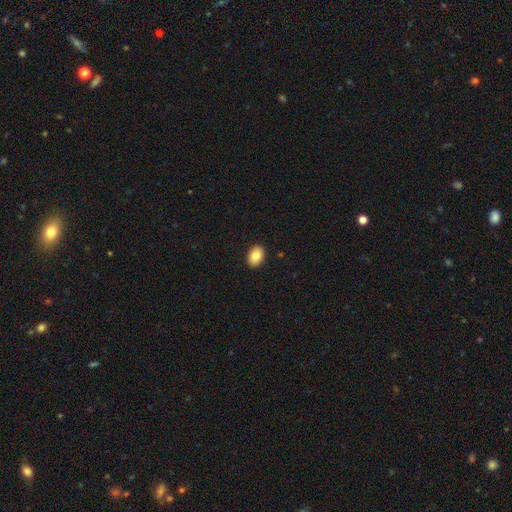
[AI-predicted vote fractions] This appears to be a smooth galaxy with no disk features (83%) that is in between round and cigar-shaped (84%). Merging: none (91%).